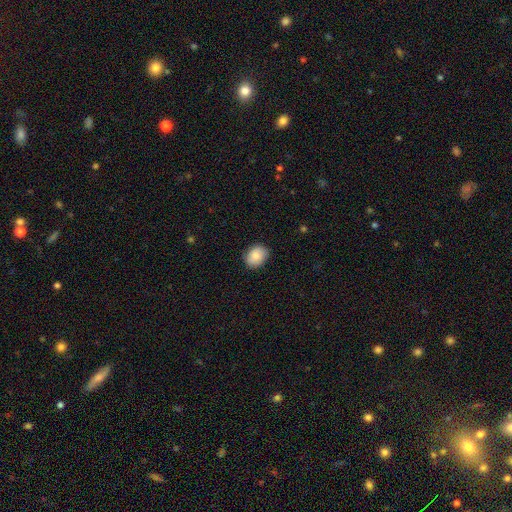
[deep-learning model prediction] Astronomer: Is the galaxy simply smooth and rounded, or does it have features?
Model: smooth — 85%.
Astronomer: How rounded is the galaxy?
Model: in between — 59% (runner-up: round, 40%).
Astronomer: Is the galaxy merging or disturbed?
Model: none — 85%.